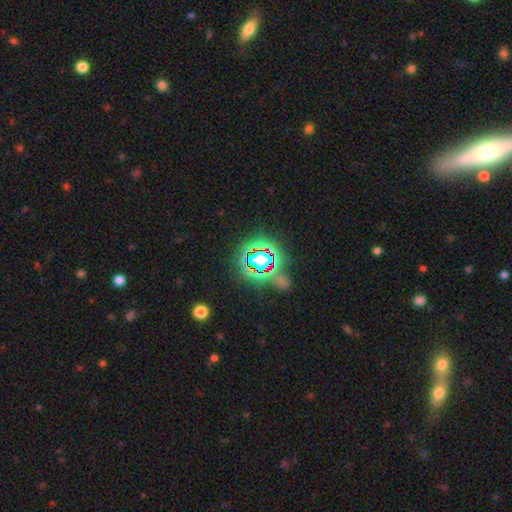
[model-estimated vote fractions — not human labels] star or artifact 78%, smooth 13%, featured or disk 9%.